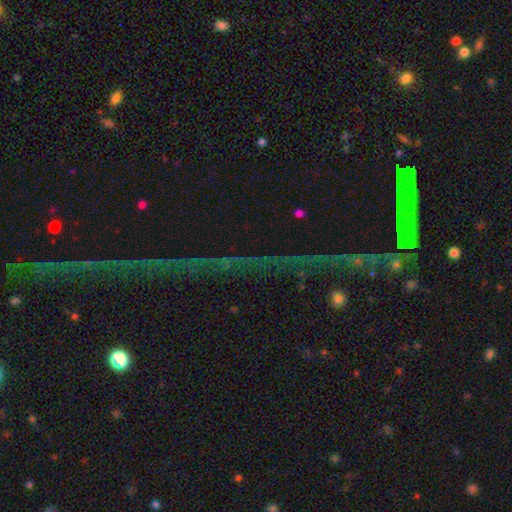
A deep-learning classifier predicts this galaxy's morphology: A star or artifact, not a galaxy (72%).

Vote fractions:
- Smooth or featured? star or artifact: 72% / featured or disk: 17% / smooth: 12%